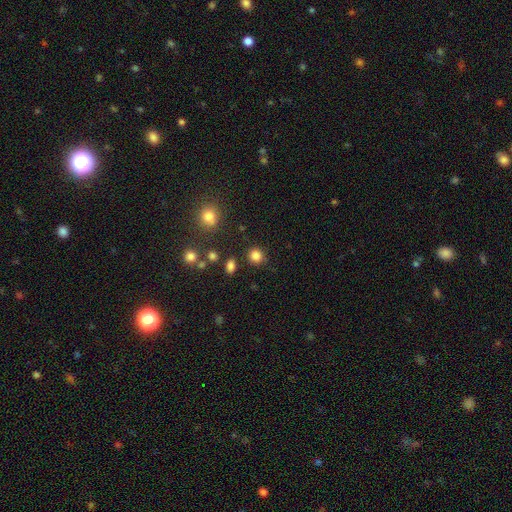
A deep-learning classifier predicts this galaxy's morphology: A smooth galaxy with no disk features (83%) that is round (86%).

Vote fractions:
- Smooth or featured? smooth: 83% / star or artifact: 13% / featured or disk: 4%
- How rounded? round: 86% / in between: 13% / cigar-shaped: 1%
- Merging? none: 85% / minor disturbance: 8% / merger: 4% / major disturbance: 3%